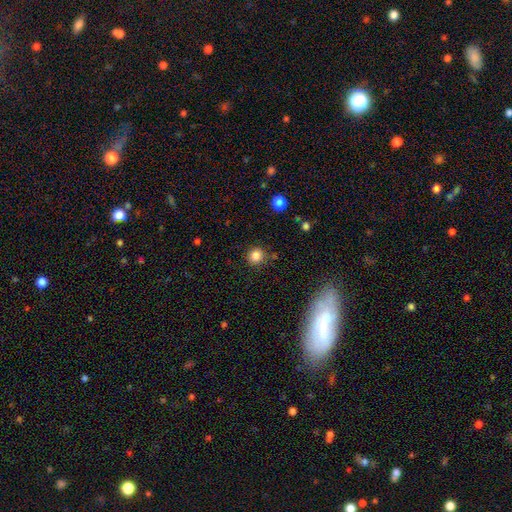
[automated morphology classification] A smooth galaxy with no disk features (83%) that is round (91%). Merging: none (85%).